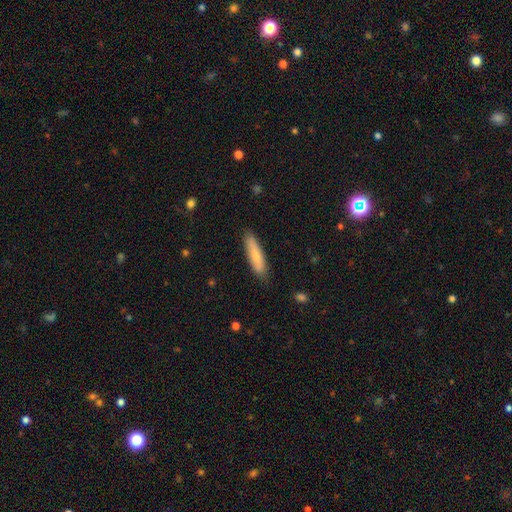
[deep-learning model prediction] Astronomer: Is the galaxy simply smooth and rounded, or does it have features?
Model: smooth — 71%.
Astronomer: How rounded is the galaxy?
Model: cigar-shaped — 75%.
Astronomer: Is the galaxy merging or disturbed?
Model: none — 84%.